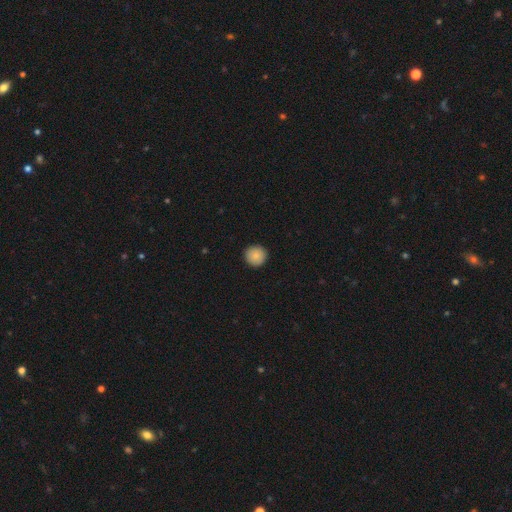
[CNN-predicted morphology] Smooth or featured: smooth — 85% (star or artifact — 8%)
How rounded: round — 95% (in between — 4%)
Merging: none — 92% (minor disturbance — 5%)